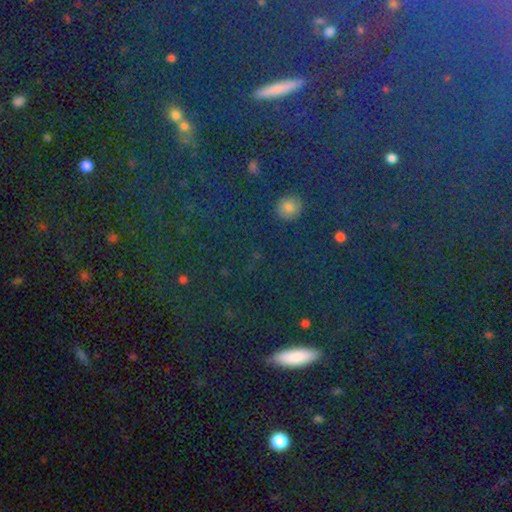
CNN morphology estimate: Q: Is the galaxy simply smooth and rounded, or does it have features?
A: star or artifact — 61%.